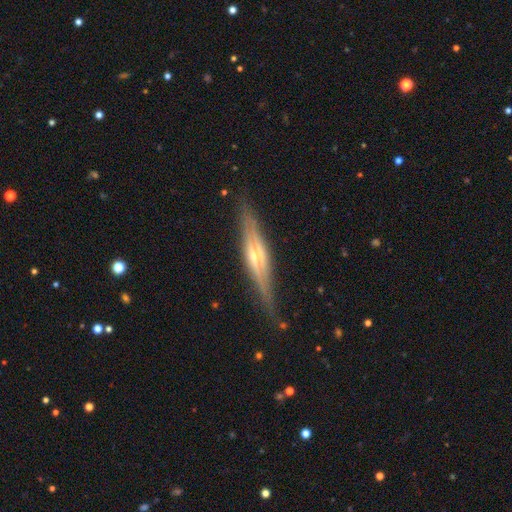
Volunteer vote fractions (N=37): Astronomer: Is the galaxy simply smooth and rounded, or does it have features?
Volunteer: featured or disk — 84%.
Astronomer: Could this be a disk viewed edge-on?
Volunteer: yes — 97%.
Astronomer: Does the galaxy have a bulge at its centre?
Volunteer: rounded — 73%.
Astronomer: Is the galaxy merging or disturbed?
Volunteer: none — 92%.